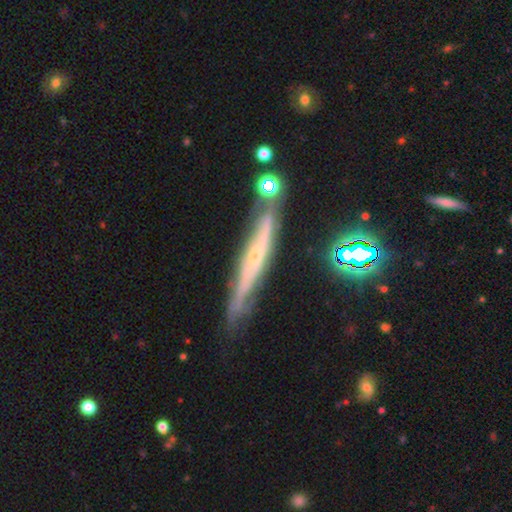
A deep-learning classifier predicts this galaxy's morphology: The model was most divided on "edge-on bulge": none: 48%, rounded: 47%, boxy: 5%. More confident: edge-on disk — yes (83%); merging — none (73%); smooth or featured — featured or disk (71%).